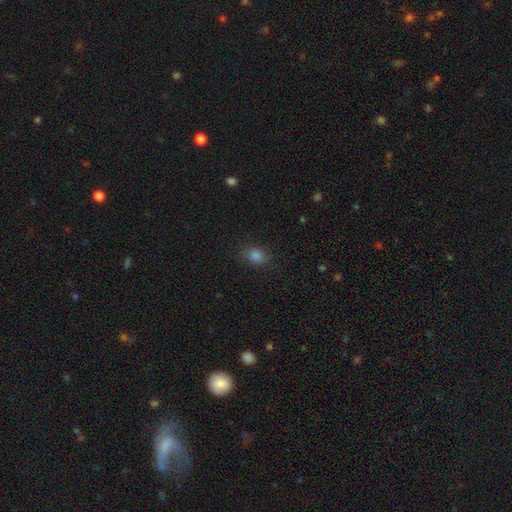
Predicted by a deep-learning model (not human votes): Overall: smooth (80%). How rounded: in between (54%; round 45%). Merging: none (84%).